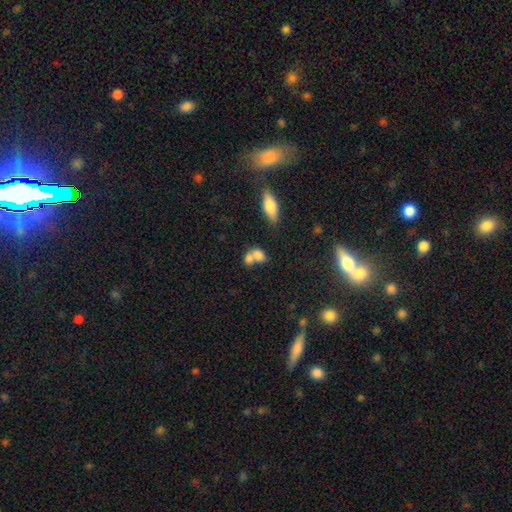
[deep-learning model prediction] Q: Smooth or featured?
A: smooth (75%); runner-up: featured or disk (15%)
Q: How rounded?
A: in between (71%); runner-up: round (26%)
Q: Merging?
A: merger (64%); runner-up: none (23%)